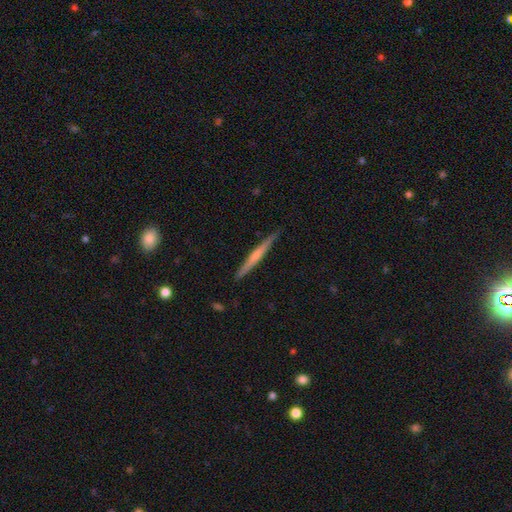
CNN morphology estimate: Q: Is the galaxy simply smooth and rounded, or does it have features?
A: featured or disk — 53%.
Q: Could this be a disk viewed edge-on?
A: yes — 97%.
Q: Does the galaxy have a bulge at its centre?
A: none — 53%.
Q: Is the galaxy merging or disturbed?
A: none — 89%.